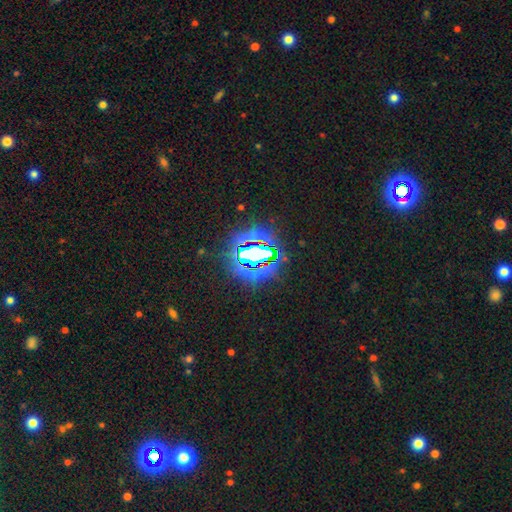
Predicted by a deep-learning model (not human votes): Smooth or featured? star or artifact (74%)